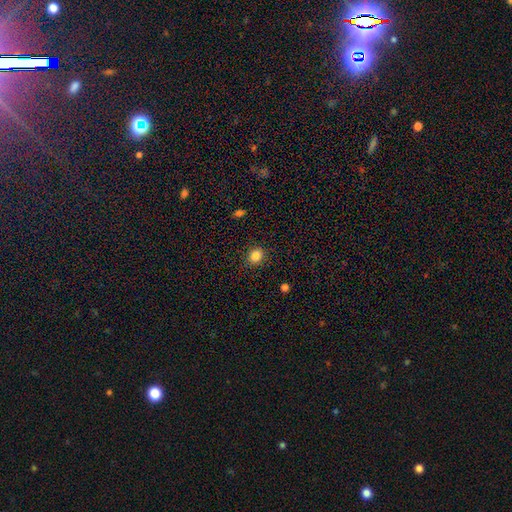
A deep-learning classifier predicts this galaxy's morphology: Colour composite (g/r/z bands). It shows a smooth galaxy with no disk features (84%) that is round (75%). Merging: none (89%).